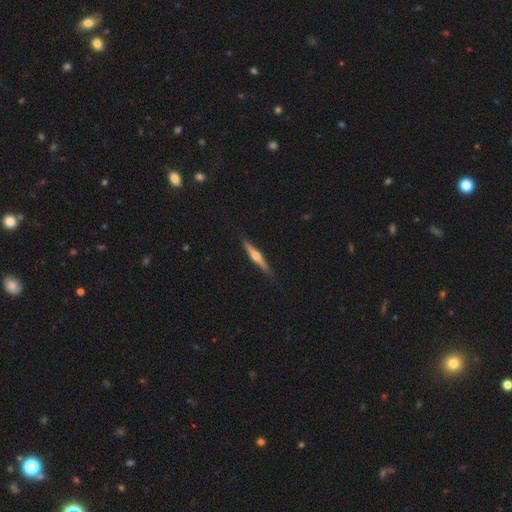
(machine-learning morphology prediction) This appears to be a featured or disk galaxy (70%) viewed edge-on (98%) with a rounded central bulge (93%). Merging: none (89%).